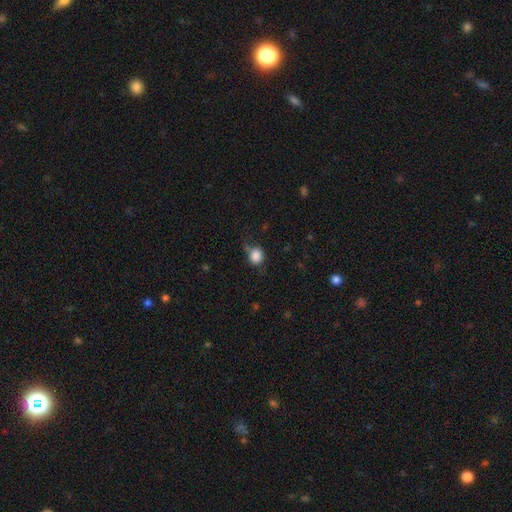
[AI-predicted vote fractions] This appears to be a smooth galaxy with no disk features (85%) that is round (72%). Merging: none (56%).